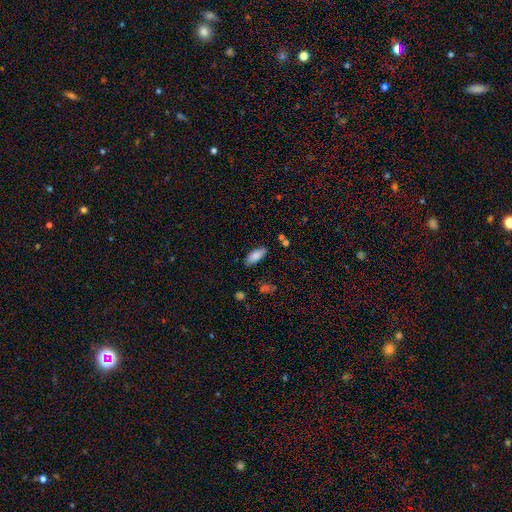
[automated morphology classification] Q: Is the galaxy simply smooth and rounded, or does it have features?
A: smooth — 85%.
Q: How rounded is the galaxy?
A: in between — 82%.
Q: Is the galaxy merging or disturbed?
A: none — 81%.